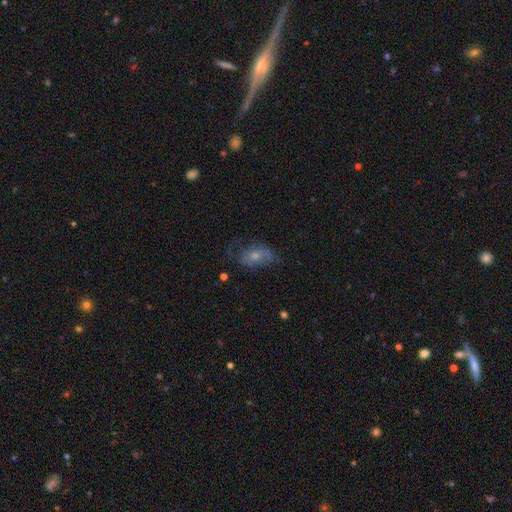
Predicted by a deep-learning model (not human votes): Smooth or featured?
  - smooth: 51% *
  - featured or disk: 38%
  - star or artifact: 11%
How rounded?
  - in between: 84% *
  - round: 13%
  - cigar-shaped: 3%
Merging?
  - none: 45% *
  - minor disturbance: 28%
  - major disturbance: 25%
  - merger: 2%